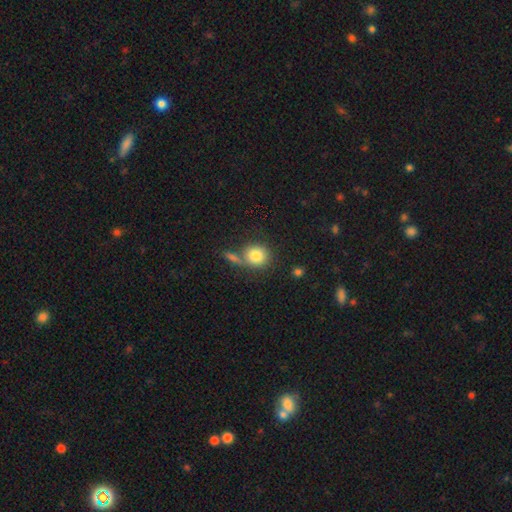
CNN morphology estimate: A smooth galaxy with no disk features (82%) that is round (84%).

Vote fractions:
- Smooth or featured? smooth: 82% / featured or disk: 9% / star or artifact: 9%
- How rounded? round: 84% / in between: 14% / cigar-shaped: 1%
- Merging? none: 58% / merger: 24% / minor disturbance: 12% / major disturbance: 6%